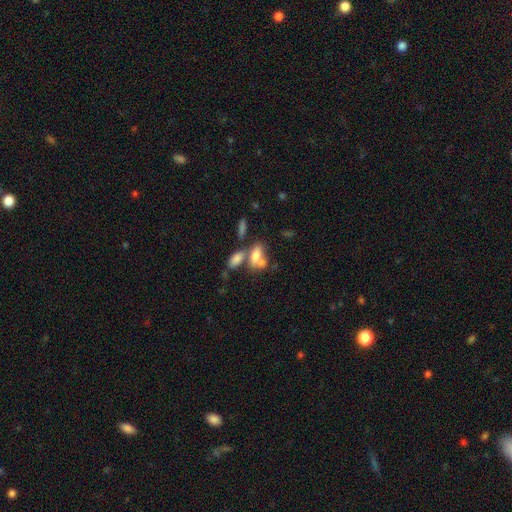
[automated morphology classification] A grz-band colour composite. It shows a smooth galaxy with no disk features (69%) that is in between round and cigar-shaped (85%). Merging: merger (46%).